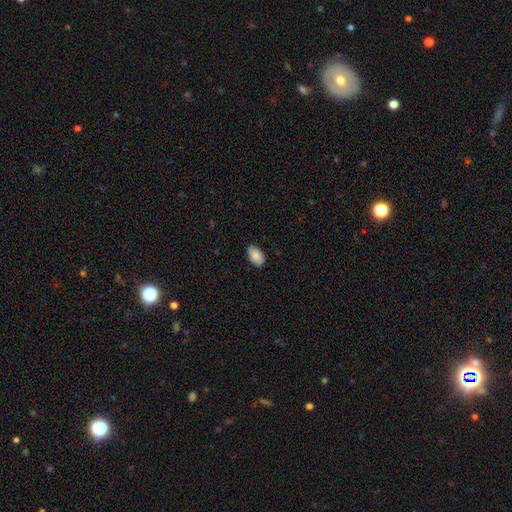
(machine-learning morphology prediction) This is clearly a smooth galaxy (87%). How rounded: clearly in between (93%). Merging: clearly none (84%).